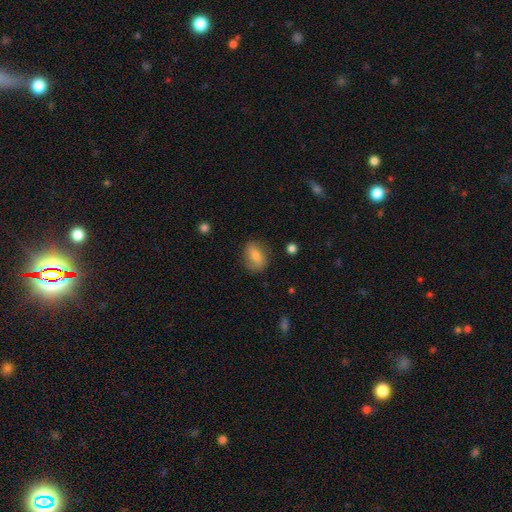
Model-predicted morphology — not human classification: type=smooth (72%); roundness=in between (73%); merging=none (75%).